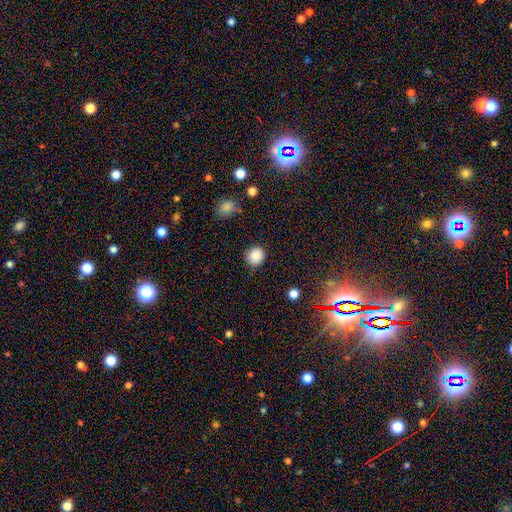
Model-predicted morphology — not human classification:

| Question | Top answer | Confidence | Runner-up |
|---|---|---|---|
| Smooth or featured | smooth | 87% | star or artifact (10%) |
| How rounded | round | 89% | in between (10%) |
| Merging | none | 85% | minor disturbance (11%) |